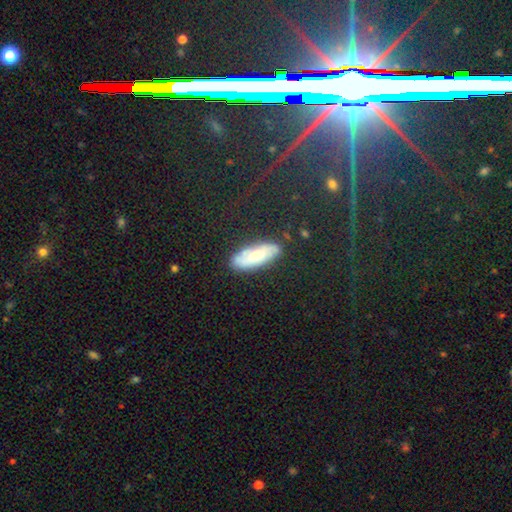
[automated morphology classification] Smooth or featured?
  - smooth: 58% *
  - featured or disk: 32%
  - star or artifact: 10%
How rounded?
  - in between: 65% *
  - cigar-shaped: 32%
  - round: 3%
Merging?
  - none: 81% *
  - minor disturbance: 14%
  - major disturbance: 3%
  - merger: 2%